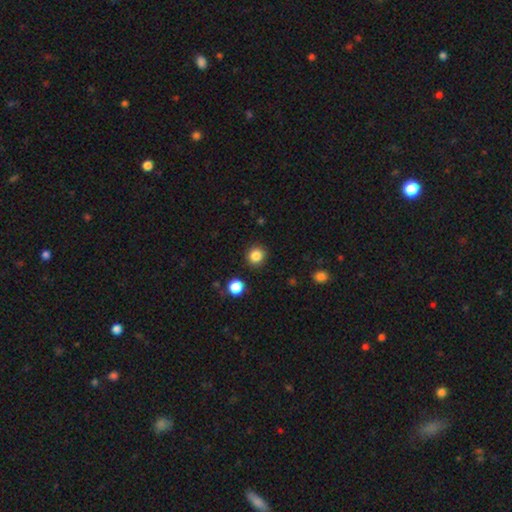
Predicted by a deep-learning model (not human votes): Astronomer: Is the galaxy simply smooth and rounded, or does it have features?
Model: smooth — 85%.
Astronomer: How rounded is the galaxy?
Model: round — 92%.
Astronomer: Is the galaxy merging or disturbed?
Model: none — 90%.